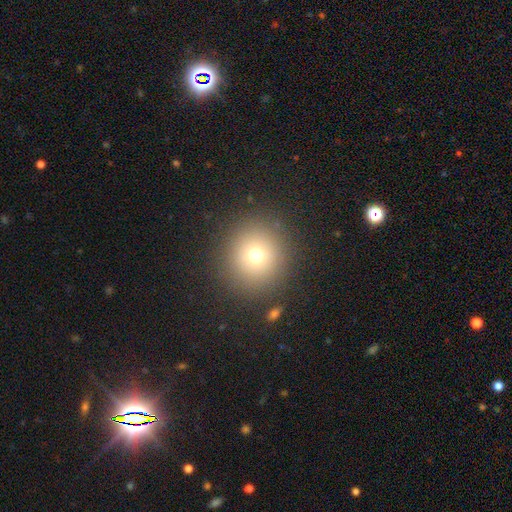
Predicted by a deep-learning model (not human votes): Q: Smooth or featured?
A: smooth (71%); runner-up: star or artifact (17%)
Q: How rounded?
A: round (92%); runner-up: in between (7%)
Q: Merging?
A: none (87%); runner-up: minor disturbance (7%)